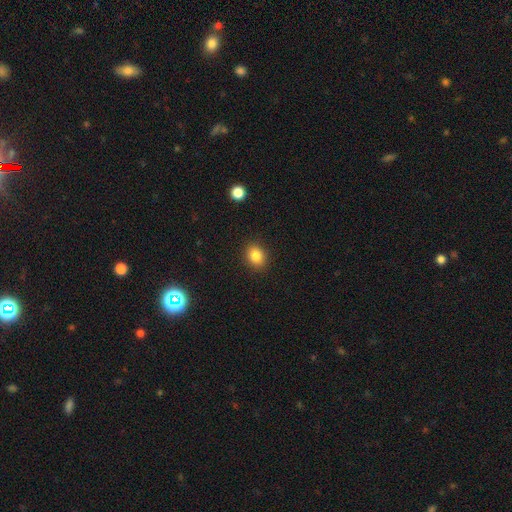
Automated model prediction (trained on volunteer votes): This appears to be a smooth galaxy with no disk features (84%) that is round (54%). Merging: none (89%).